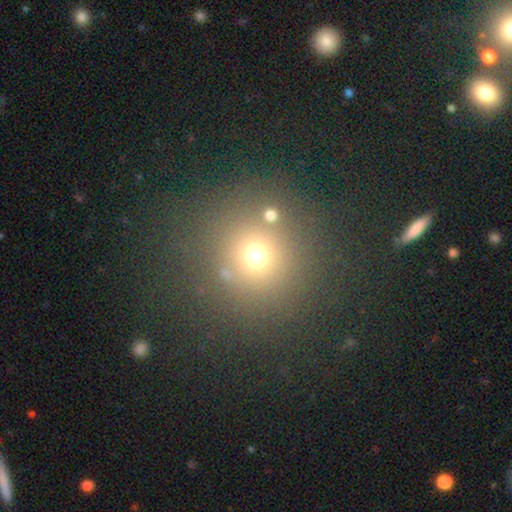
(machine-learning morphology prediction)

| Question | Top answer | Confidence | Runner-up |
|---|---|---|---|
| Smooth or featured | smooth | 68% | star or artifact (23%) |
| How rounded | round | 93% | in between (6%) |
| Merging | none | 80% | minor disturbance (8%) |